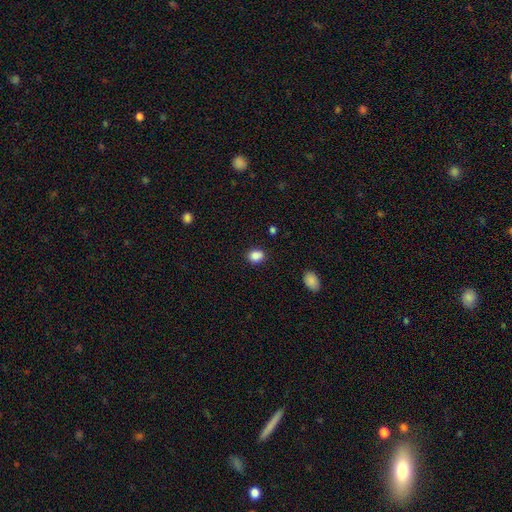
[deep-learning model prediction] Smooth or featured?
  - smooth: 86% *
  - star or artifact: 10%
  - featured or disk: 4%
How rounded?
  - round: 55% *
  - in between: 45%
  - cigar-shaped: 1%
Merging?
  - none: 81% *
  - minor disturbance: 13%
  - merger: 3%
  - major disturbance: 3%